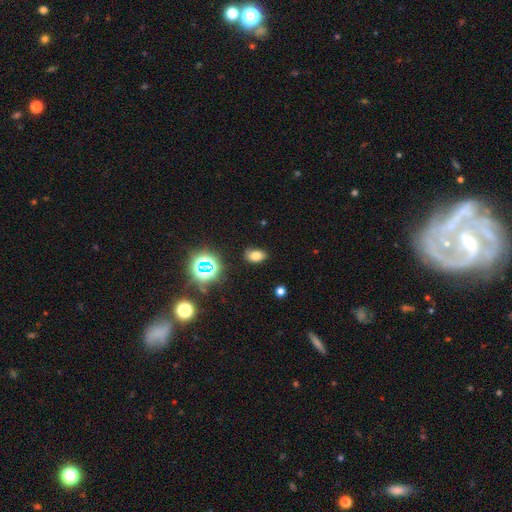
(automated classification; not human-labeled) Smooth or featured? smooth (71%)
How rounded? in between (84%)
Merging? none (83%)